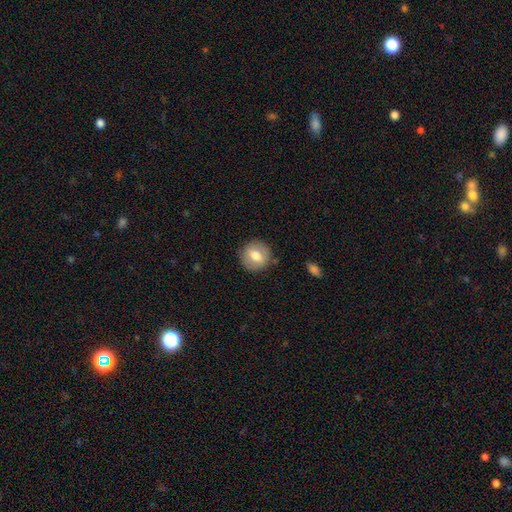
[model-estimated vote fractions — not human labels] Overall: smooth (70%). How rounded: round (88%). Merging: none (86%).